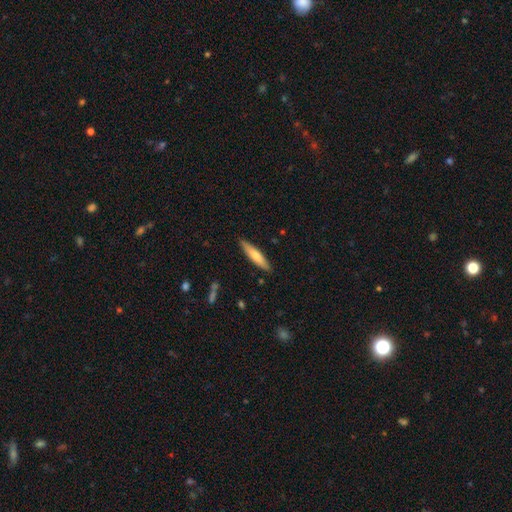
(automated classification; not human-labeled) A smooth galaxy with no disk features (66%) that is cigar-shaped (84%).

Vote fractions:
- Smooth or featured? smooth: 66% / featured or disk: 29% / star or artifact: 5%
- How rounded? cigar-shaped: 84% / in between: 15% / round: 1%
- Merging? none: 89% / minor disturbance: 9% / major disturbance: 2% / merger: 1%